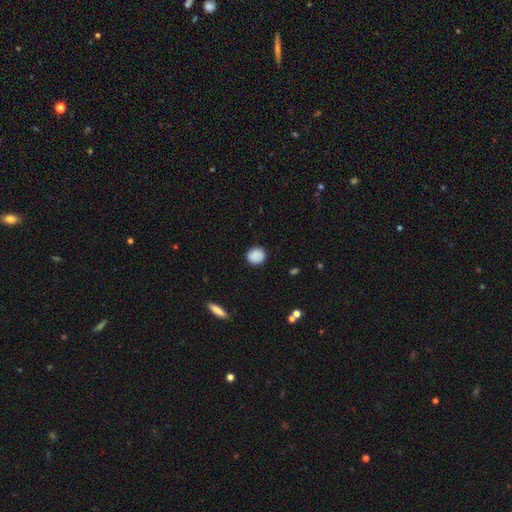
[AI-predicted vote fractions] Morphology: type=smooth (85%); roundness=round (86%); merging=none (86%).